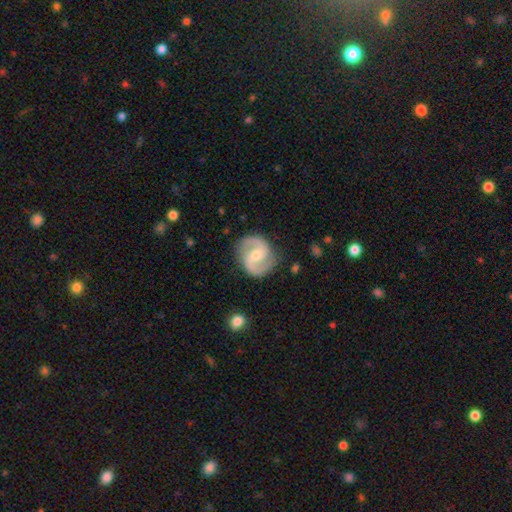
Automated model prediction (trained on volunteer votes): This appears to be a featured or disk galaxy (89%) with a weak bar (48%), 2 (94%) medium (59%) spiral arms (97%) and a moderate central bulge (52%). Merging: none (85%).